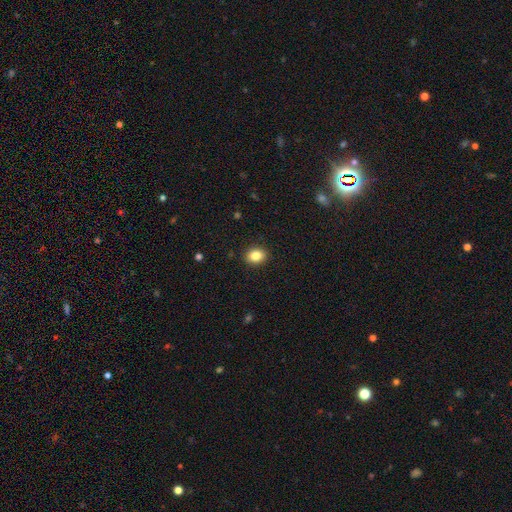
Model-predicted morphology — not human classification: This is clearly a smooth galaxy (85%). How rounded: possibly in between (52%). Merging: clearly none (91%).